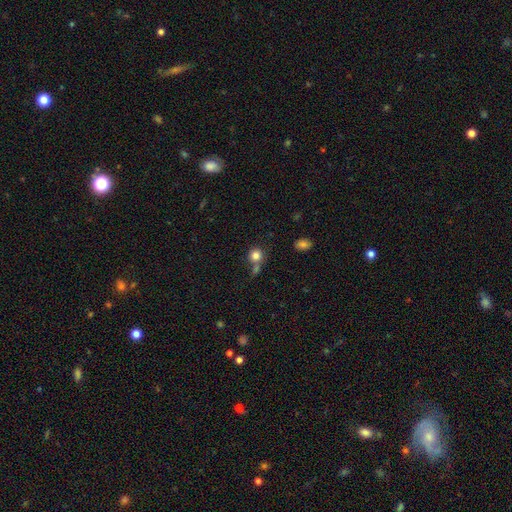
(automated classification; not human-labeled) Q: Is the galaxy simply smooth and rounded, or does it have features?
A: smooth — 82%.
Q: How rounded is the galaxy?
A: round — 89%.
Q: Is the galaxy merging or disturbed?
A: none — 59%.